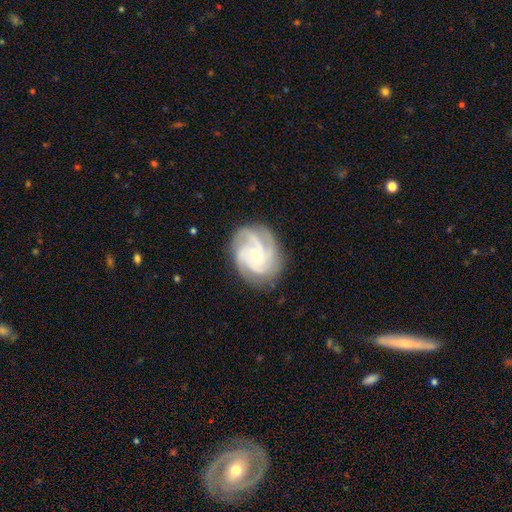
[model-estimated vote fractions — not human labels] Smooth or featured? Predicted: featured or disk (p=0.88). Edge-on disk? Predicted: no (p=0.98). Bar? Predicted: no (p=0.64). Spiral arms? Predicted: yes (p=0.98). Spiral winding? Predicted: tight (p=0.55). Spiral arm count? Predicted: 3 (p=0.46). Bulge size? Predicted: small (p=0.69). Merging? Predicted: none (p=0.77).